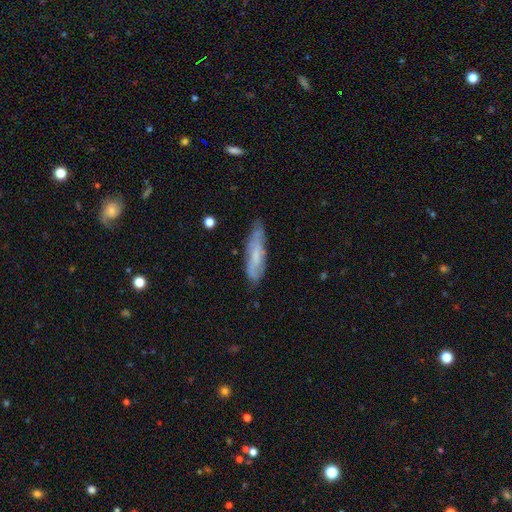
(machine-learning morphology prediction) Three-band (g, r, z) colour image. It shows a smooth galaxy with no disk features (52%) that is cigar-shaped (70%). Merging: none (67%).